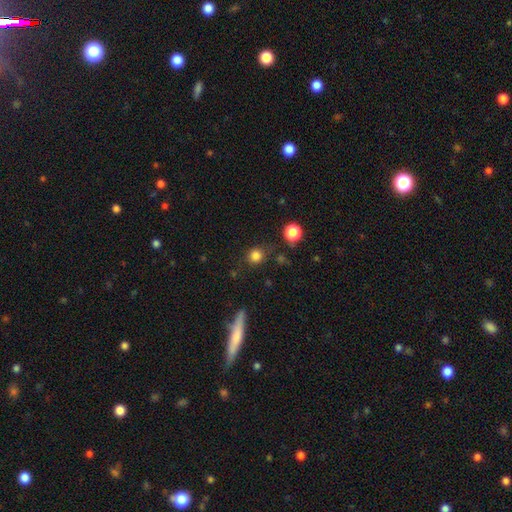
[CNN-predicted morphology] smooth-or-featured: smooth: 82% | star or artifact: 13% | featured or disk: 5%
  how-rounded: round: 87% | in between: 11% | cigar-shaped: 1%
  merging: none: 78% | minor disturbance: 12% | merger: 5% | major disturbance: 5%